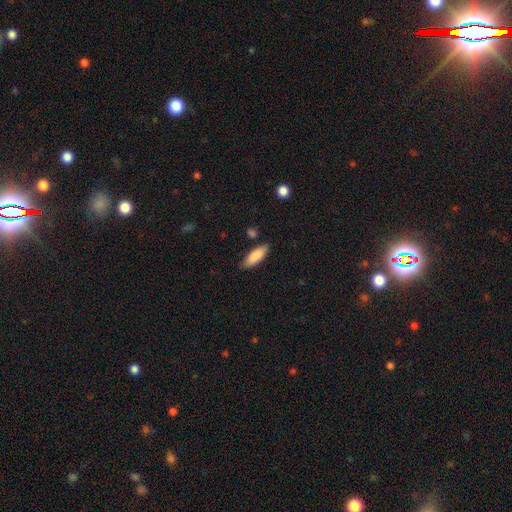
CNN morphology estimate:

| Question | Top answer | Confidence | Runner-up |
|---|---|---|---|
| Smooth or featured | smooth | 87% | featured or disk (7%) |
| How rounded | in between | 68% | cigar-shaped (31%) |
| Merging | none | 79% | minor disturbance (15%) |